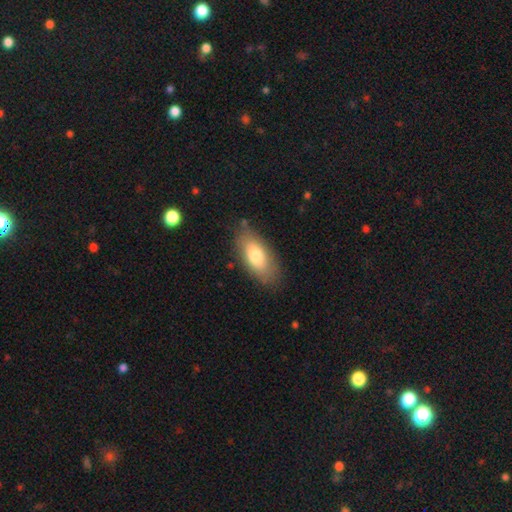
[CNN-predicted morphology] type=smooth (74%); roundness=in between (87%); merging=none (79%).